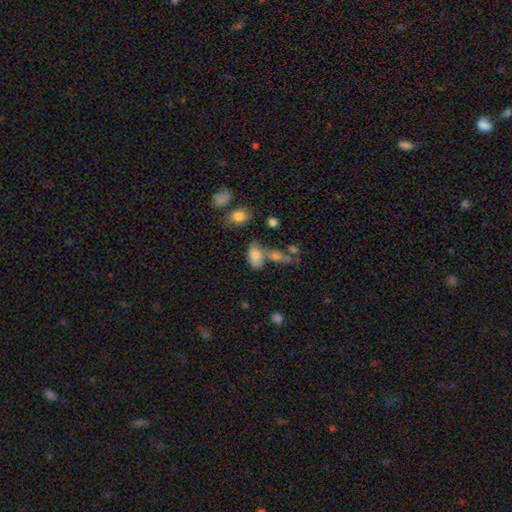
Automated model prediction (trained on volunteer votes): smooth 77%, featured or disk 12%, star or artifact 11%. Down the decision tree: how rounded — in between (87%); merging — none (45%).